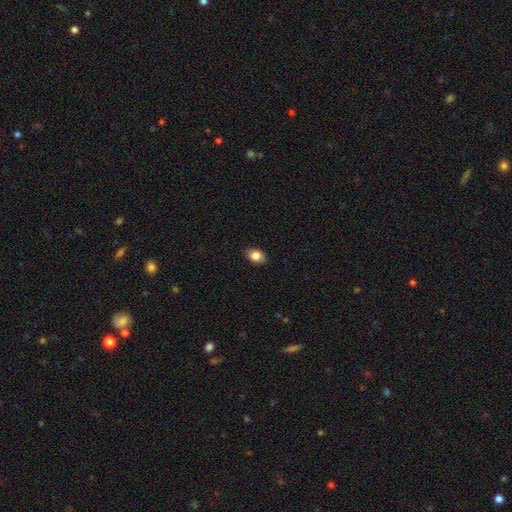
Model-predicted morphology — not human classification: A smooth galaxy with no disk features (83%) that is in between round and cigar-shaped (77%).

Vote fractions:
- Smooth or featured? smooth: 83% / featured or disk: 9% / star or artifact: 8%
- How rounded? in between: 77% / round: 21% / cigar-shaped: 2%
- Merging? none: 84% / minor disturbance: 12% / major disturbance: 2% / merger: 1%